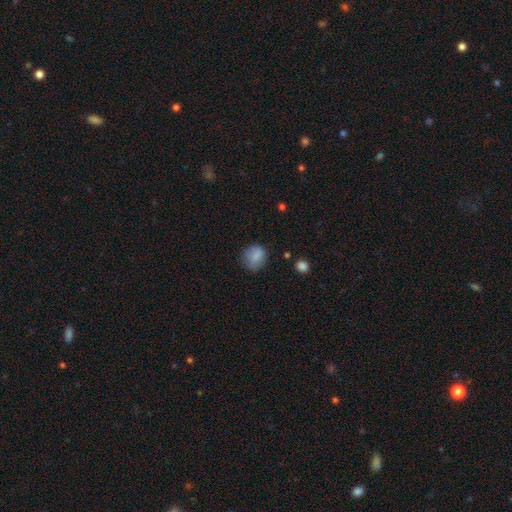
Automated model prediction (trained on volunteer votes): smooth 80%, star or artifact 10%, featured or disk 10%. Down the decision tree: how rounded — round (65%); merging — none (65%).